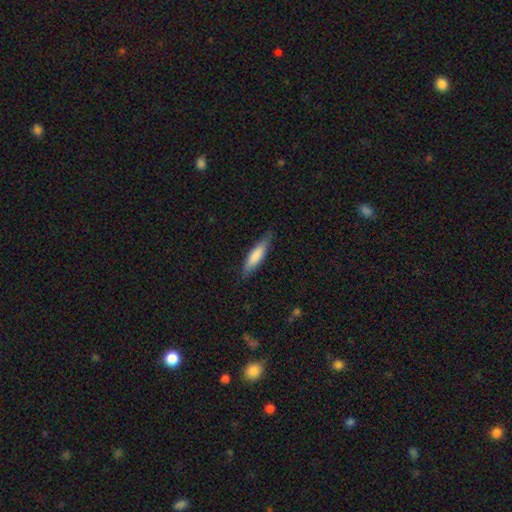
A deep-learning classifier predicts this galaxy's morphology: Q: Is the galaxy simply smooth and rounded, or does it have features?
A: smooth — 79%.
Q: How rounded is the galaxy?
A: cigar-shaped — 67%.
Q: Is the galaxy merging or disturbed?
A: none — 78%.